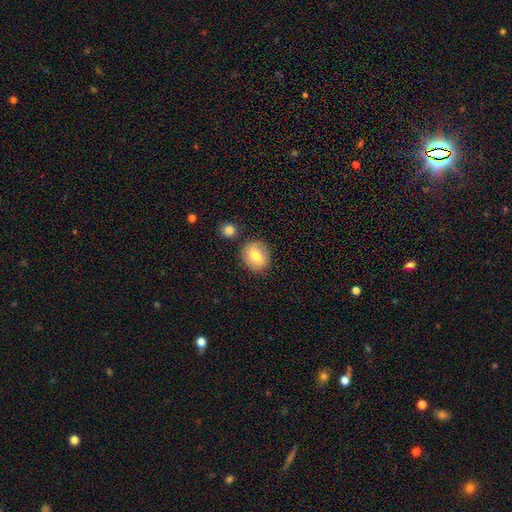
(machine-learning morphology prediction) smooth_or_featured: smooth (p=0.74) [alt: featured or disk p=0.18]
how_rounded: round (p=0.68) [alt: in between p=0.31]
merging: none (p=0.82) [alt: minor disturbance p=0.10]